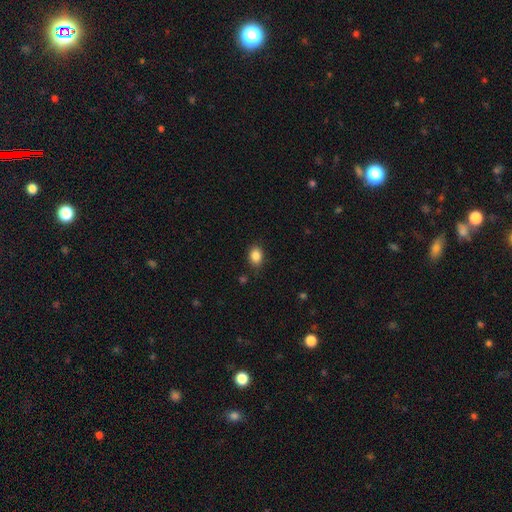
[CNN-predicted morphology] smooth-or-featured: smooth: 86% | star or artifact: 9% | featured or disk: 4%
  how-rounded: in between: 66% | round: 33% | cigar-shaped: 1%
  merging: none: 83% | minor disturbance: 12% | major disturbance: 3% | merger: 2%